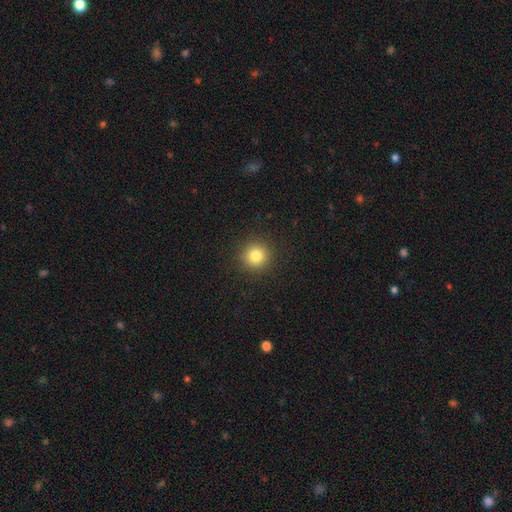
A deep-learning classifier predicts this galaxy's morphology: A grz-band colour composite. It shows a smooth galaxy with no disk features (82%) that is round (93%). Merging: none (91%).